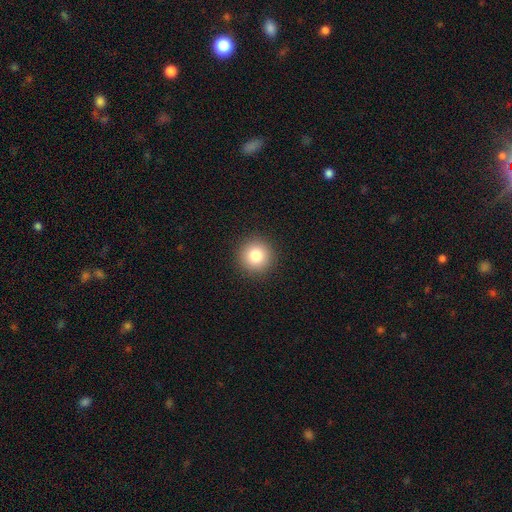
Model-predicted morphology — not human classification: This is clearly a smooth galaxy (82%). How rounded: clearly round (95%). Merging: clearly none (92%).